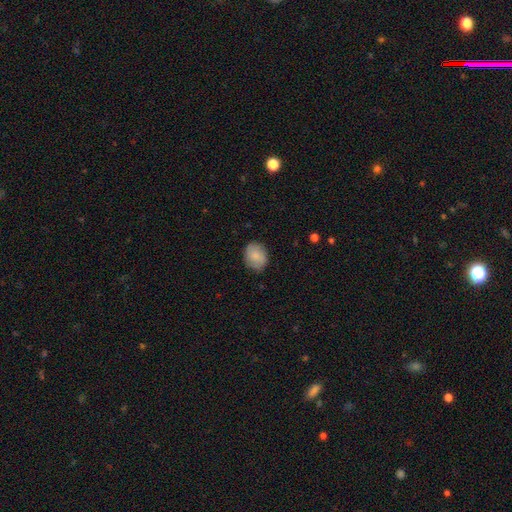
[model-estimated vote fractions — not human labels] Smooth or featured: smooth — 80% (featured or disk — 13%)
How rounded: round — 54% (in between — 45%)
Merging: none — 83% (minor disturbance — 13%)